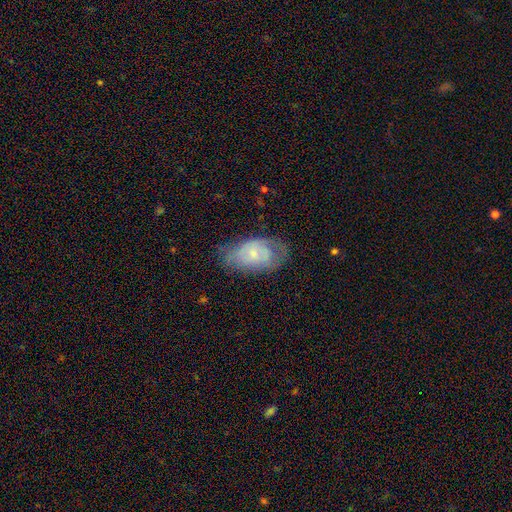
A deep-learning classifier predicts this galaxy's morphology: A featured or disk galaxy (50%).

Vote fractions:
- Smooth or featured? featured or disk: 50% / smooth: 35% / star or artifact: 15%
- Merging? none: 70% / minor disturbance: 22% / major disturbance: 7% / merger: 1%